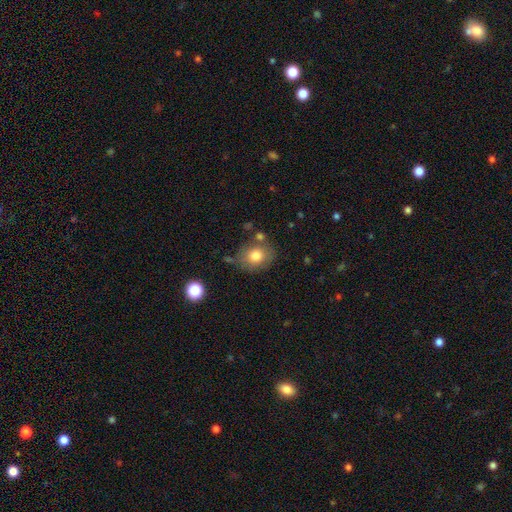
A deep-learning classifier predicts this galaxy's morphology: type=smooth (77%); roundness=round (62%); merging=none (69%).